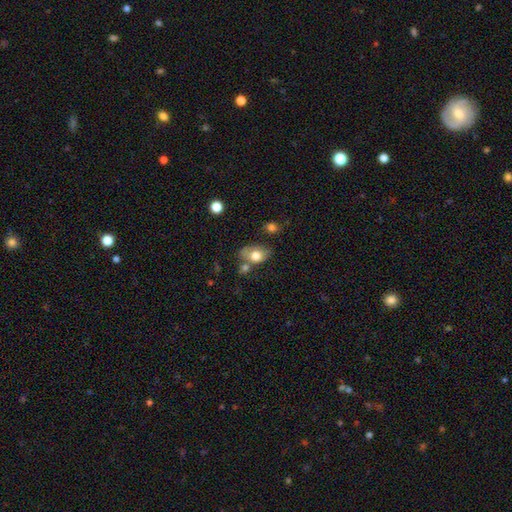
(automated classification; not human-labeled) smooth-or-featured: smooth: 74% | featured or disk: 18% | star or artifact: 8%
  how-rounded: in between: 78% | round: 20% | cigar-shaped: 1%
  merging: none: 49% | minor disturbance: 22% | merger: 20% | major disturbance: 9%